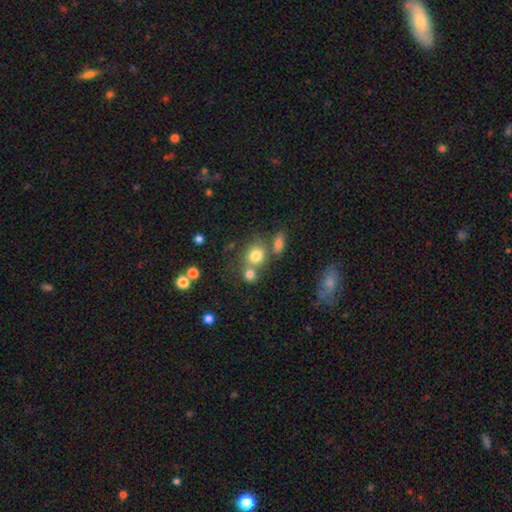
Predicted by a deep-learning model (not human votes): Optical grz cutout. It shows a smooth galaxy with no disk features (78%) that is round (74%). Merging: none (52%).